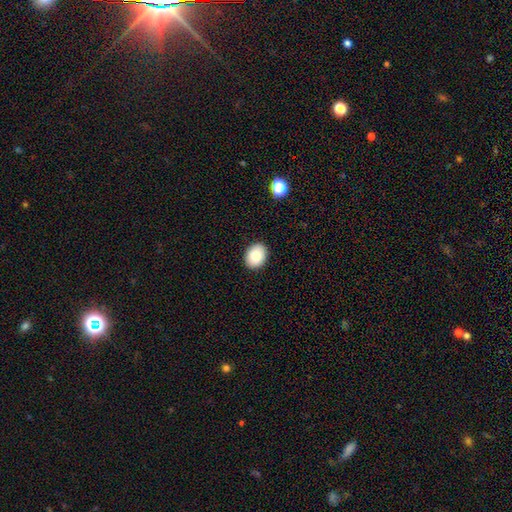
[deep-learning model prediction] smooth-or-featured: smooth: 85% | star or artifact: 8% | featured or disk: 7%
  how-rounded: in between: 67% | round: 32% | cigar-shaped: 1%
  merging: none: 90% | minor disturbance: 7% | major disturbance: 2% | merger: 1%